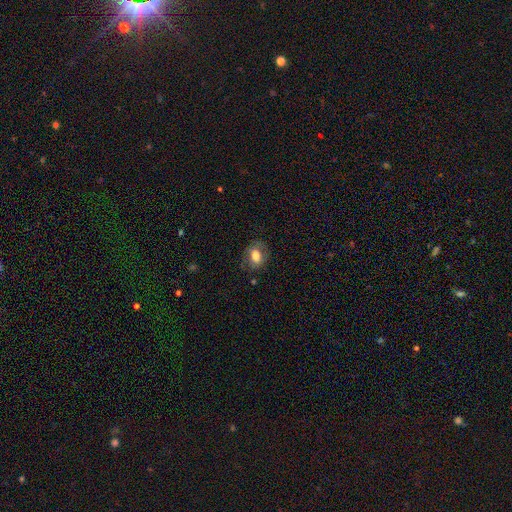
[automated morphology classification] This appears to be a smooth galaxy with no disk features (72%) that is in between round and cigar-shaped (74%). Merging: none (72%).